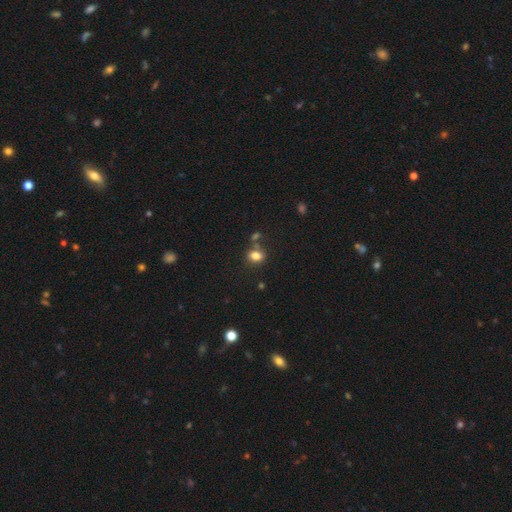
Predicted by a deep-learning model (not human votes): Q: Smooth or featured?
A: smooth (81%); runner-up: star or artifact (12%)
Q: How rounded?
A: in between (57%); runner-up: round (41%)
Q: Merging?
A: none (63%); runner-up: merger (17%)